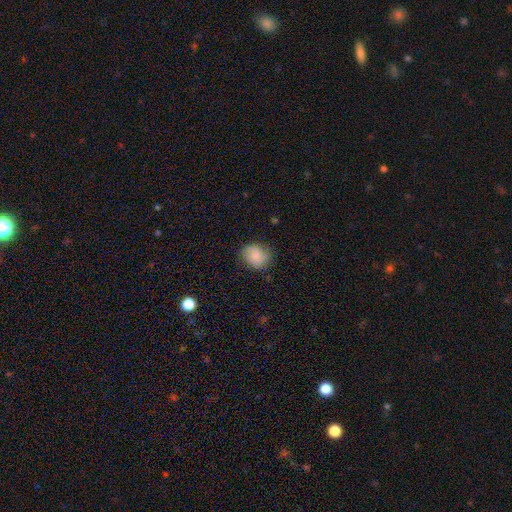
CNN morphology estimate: smooth-or-featured: smooth: 74% | featured or disk: 18% | star or artifact: 8%
  how-rounded: round: 61% | in between: 38% | cigar-shaped: 1%
  merging: none: 72% | minor disturbance: 21% | major disturbance: 5% | merger: 1%